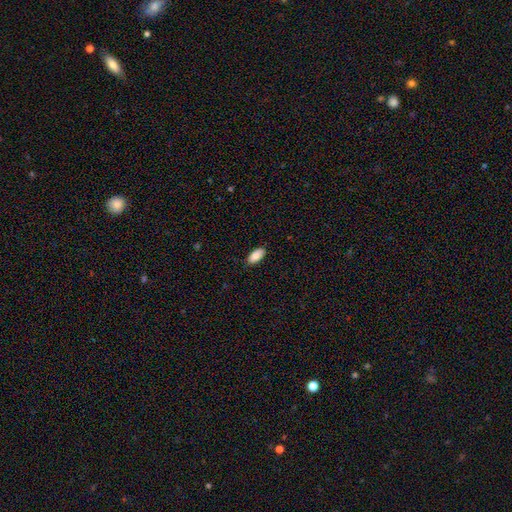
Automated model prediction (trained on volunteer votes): This is clearly a smooth galaxy (88%). How rounded: clearly in between (93%). Merging: clearly none (86%).